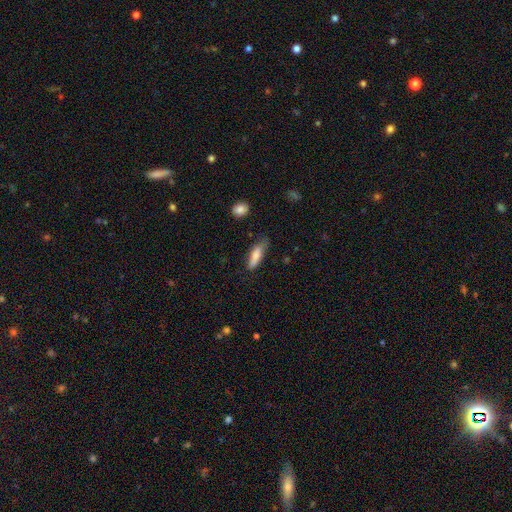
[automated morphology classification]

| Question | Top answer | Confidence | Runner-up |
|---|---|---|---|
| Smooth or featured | smooth | 80% | featured or disk (14%) |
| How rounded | cigar-shaped | 51% | in between (47%) |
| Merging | none | 61% | minor disturbance (29%) |